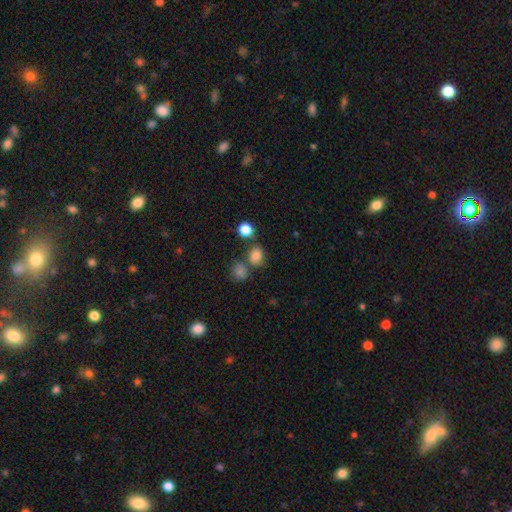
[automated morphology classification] smooth-or-featured: smooth: 80% | star or artifact: 14% | featured or disk: 6%
  how-rounded: round: 60% | in between: 39% | cigar-shaped: 1%
  merging: none: 63% | merger: 19% | minor disturbance: 13% | major disturbance: 5%